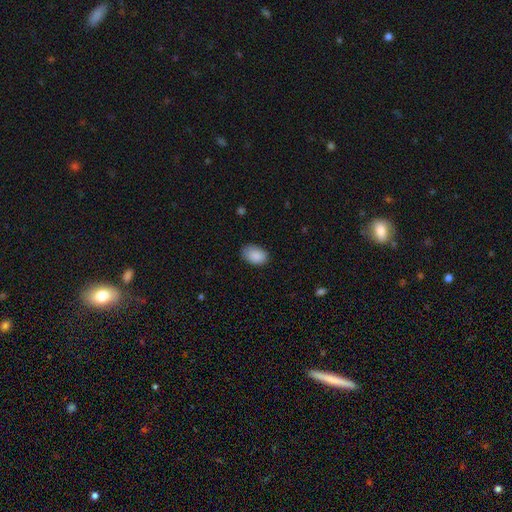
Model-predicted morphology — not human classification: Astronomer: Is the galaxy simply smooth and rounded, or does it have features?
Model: smooth — 89%.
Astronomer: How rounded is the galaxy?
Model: in between — 89%.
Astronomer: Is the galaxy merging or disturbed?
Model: none — 79%.